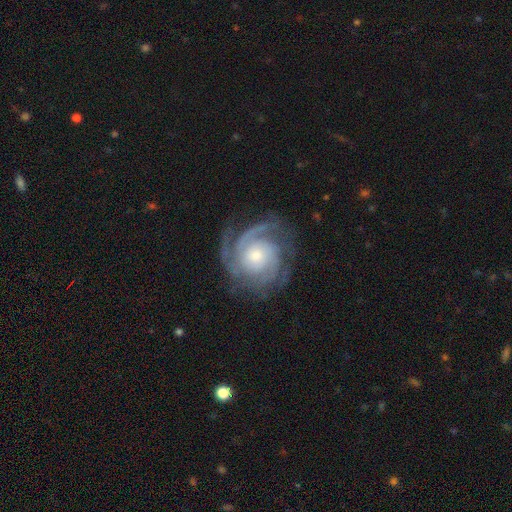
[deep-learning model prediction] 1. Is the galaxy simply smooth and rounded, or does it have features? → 89% featured or disk, 6% smooth, 5% star or artifact.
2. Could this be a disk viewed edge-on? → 98% no, 2% yes.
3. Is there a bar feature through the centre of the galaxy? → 75% no, 20% weak, 5% strong.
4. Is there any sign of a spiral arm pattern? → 98% yes, 2% no.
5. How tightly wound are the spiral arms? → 69% tight, 27% medium, 4% loose.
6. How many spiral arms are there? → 37% 3, 21% 2, 17% can't tell, 12% 4, 6% 1, 6% more than 4.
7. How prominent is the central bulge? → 50% moderate, 40% small, 8% large, 2% none, 1% dominant.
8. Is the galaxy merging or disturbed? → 76% none, 15% minor disturbance, 8% major disturbance, 1% merger.